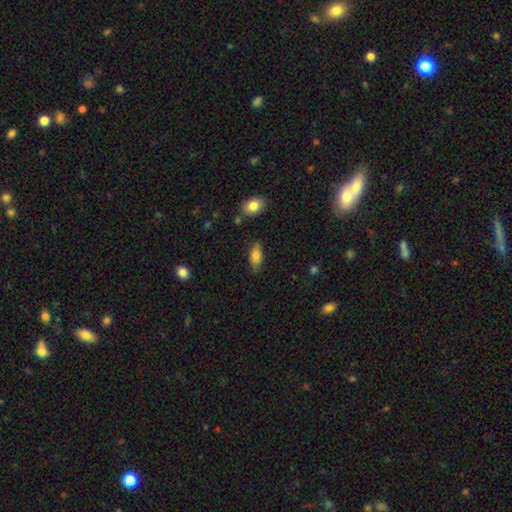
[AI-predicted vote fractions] Smooth or featured? smooth (82%)
How rounded? in between (86%)
Merging? none (78%)